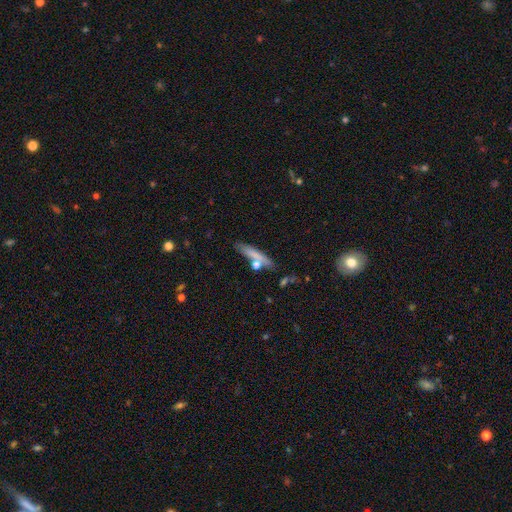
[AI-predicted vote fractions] Morphology: type=smooth (69%); roundness=cigar-shaped (86%); merging=none (73%).